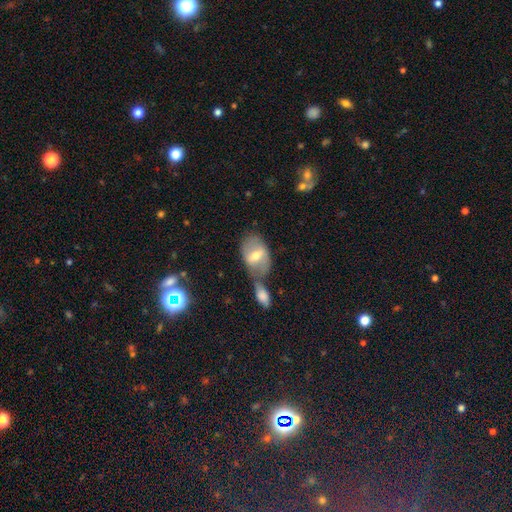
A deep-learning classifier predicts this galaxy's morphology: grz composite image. It shows a smooth galaxy with no disk features (47%). Merging: merger (44%).